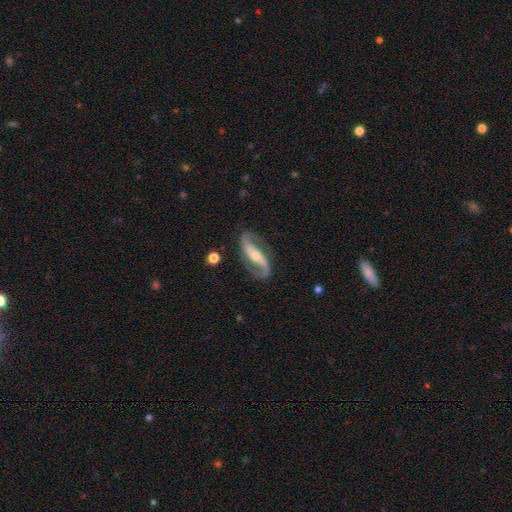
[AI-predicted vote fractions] Smooth or featured?
  - featured or disk: 91% *
  - smooth: 5%
  - star or artifact: 4%
Edge-on disk?
  - no: 94% *
  - yes: 6%
Bar?
  - strong: 52% *
  - weak: 24%
  - no: 24%
Spiral arms?
  - yes: 97% *
  - no: 3%
Spiral winding?
  - loose: 50% *
  - medium: 37%
  - tight: 13%
Spiral arm count?
  - 2: 93% *
  - 1: 2%
  - can't tell: 2%
  - 3: 1%
  - 4: 1%
  - more than 4: 1%
Bulge size?
  - moderate: 47% * (tied)
  - small: 47% * (tied)
  - large: 3%
  - none: 2%
  - dominant: 1%
Merging?
  - none: 82% *
  - minor disturbance: 12%
  - major disturbance: 5%
  - merger: 2%